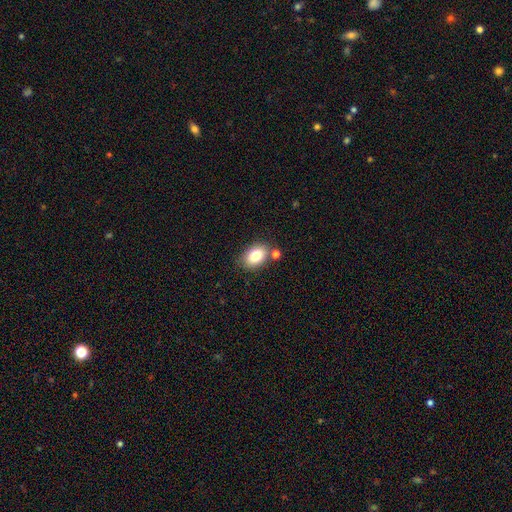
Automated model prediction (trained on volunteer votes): This is clearly a smooth galaxy (81%). How rounded: clearly in between (84%). Merging: likely none (75%).